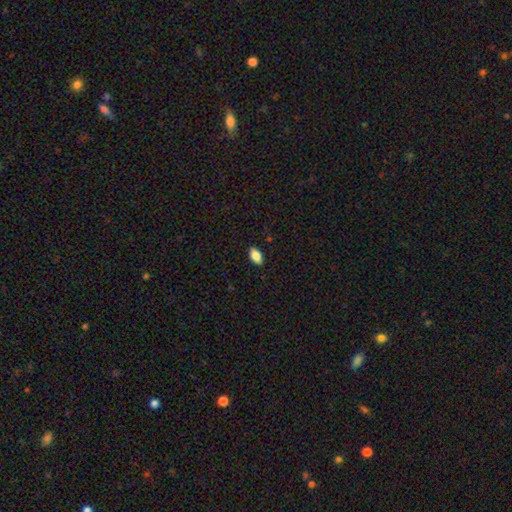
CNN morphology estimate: This appears to be a smooth galaxy with no disk features (84%) that is in between round and cigar-shaped (92%). Merging: none (89%).